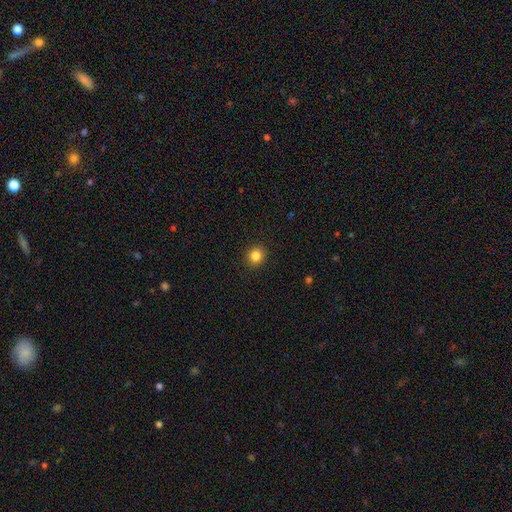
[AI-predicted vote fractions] A smooth galaxy with no disk features (84%) that is round (87%). Merging: none (92%).